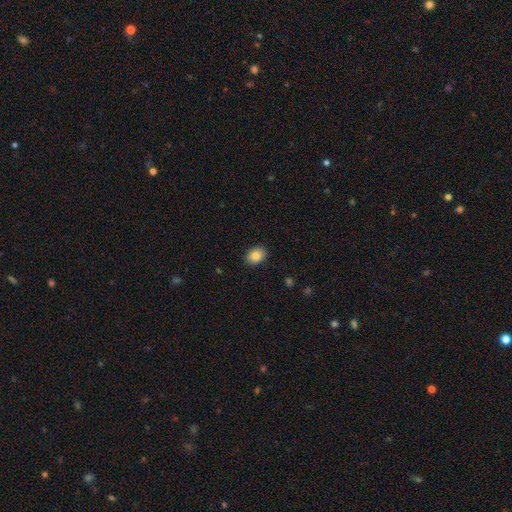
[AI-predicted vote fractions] This is clearly a smooth galaxy (86%). How rounded: likely in between (74%). Merging: clearly none (89%).